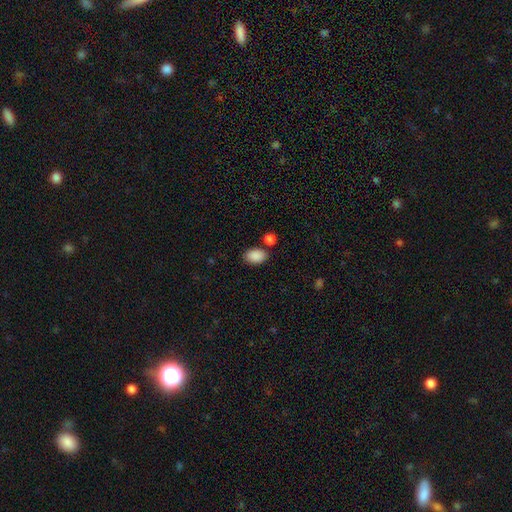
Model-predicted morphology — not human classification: Q: Smooth or featured?
A: smooth (89%); runner-up: star or artifact (8%)
Q: How rounded?
A: in between (87%); runner-up: round (12%)
Q: Merging?
A: none (78%); runner-up: minor disturbance (11%)